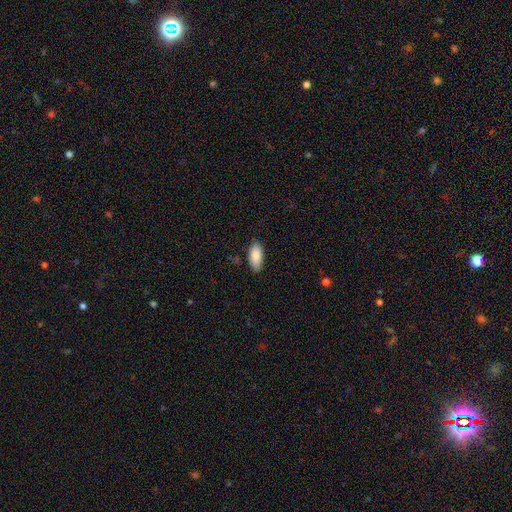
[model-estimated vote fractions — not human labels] The model was most divided on "merging": none: 85%, minor disturbance: 12%, major disturbance: 2%, merger: 1%. More confident: how rounded — in between (90%); smooth or featured — smooth (87%).